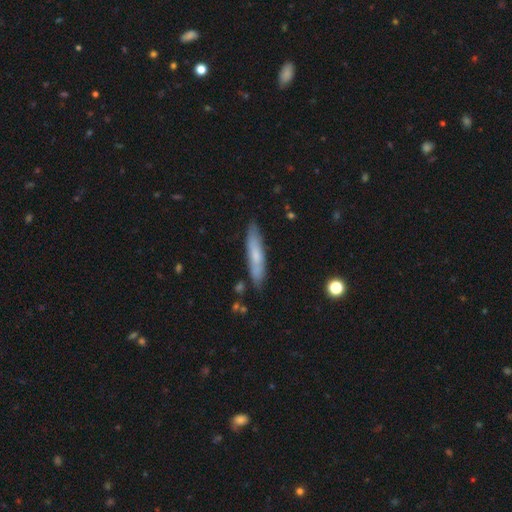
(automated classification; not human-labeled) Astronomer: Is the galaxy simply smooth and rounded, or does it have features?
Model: smooth — 61%.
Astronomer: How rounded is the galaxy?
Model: cigar-shaped — 84%.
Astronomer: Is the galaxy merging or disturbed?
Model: none — 83%.